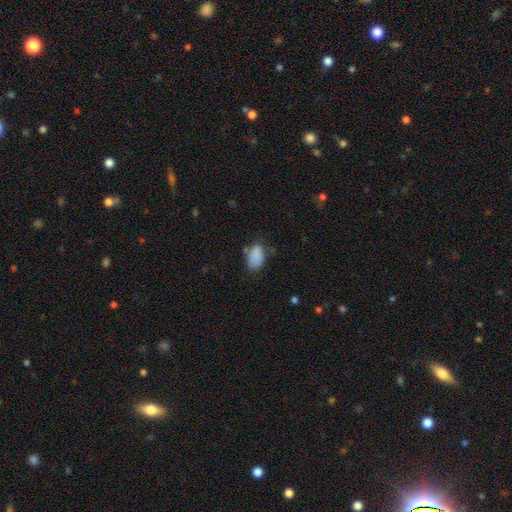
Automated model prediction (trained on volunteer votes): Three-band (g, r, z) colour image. It shows a smooth galaxy with no disk features (85%) that is in between round and cigar-shaped (90%). Merging: none (59%).